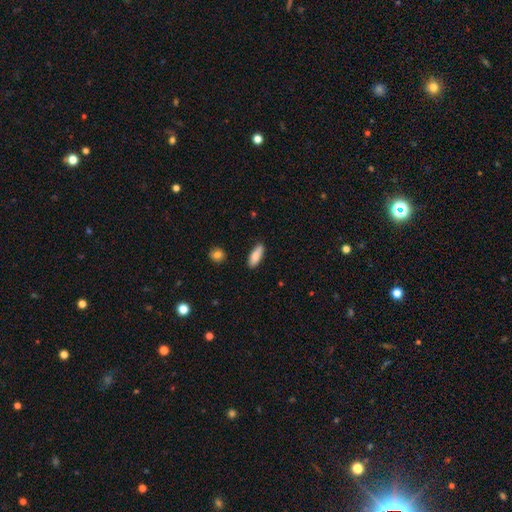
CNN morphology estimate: type=smooth (83%); roundness=in between (68%); merging=none (80%).